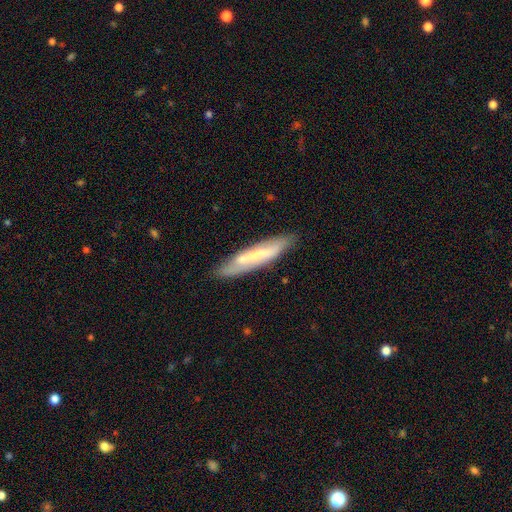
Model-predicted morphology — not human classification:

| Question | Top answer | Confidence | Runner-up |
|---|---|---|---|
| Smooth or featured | featured or disk | 50% | smooth (44%) |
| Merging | none | 78% | minor disturbance (16%) |